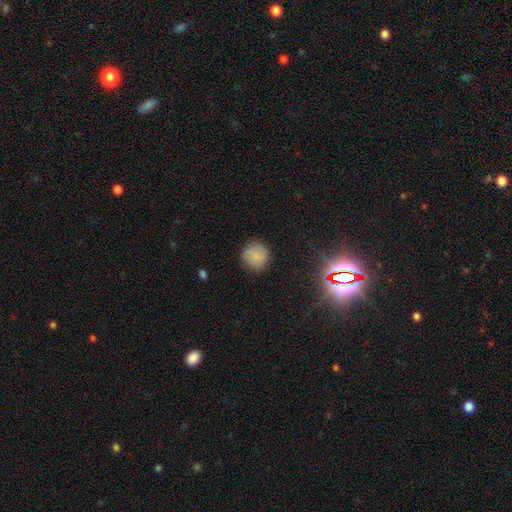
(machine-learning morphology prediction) Q: Smooth or featured?
A: smooth (79%); runner-up: featured or disk (11%)
Q: How rounded?
A: round (91%); runner-up: in between (8%)
Q: Merging?
A: none (81%); runner-up: minor disturbance (14%)